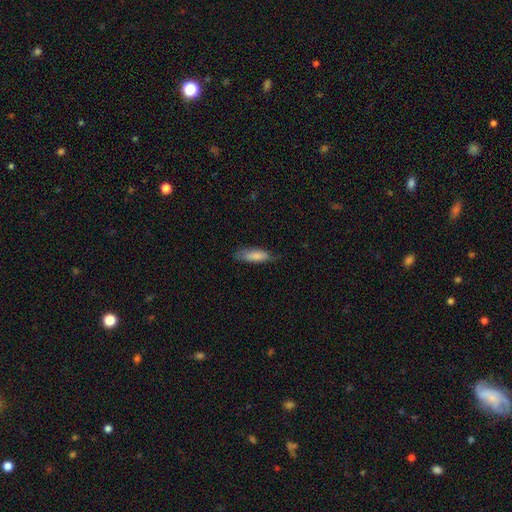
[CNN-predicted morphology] Smooth or featured?
  - smooth: 81% *
  - featured or disk: 13%
  - star or artifact: 6%
How rounded?
  - in between: 52% *
  - cigar-shaped: 46%
  - round: 2%
Merging?
  - none: 63% *
  - minor disturbance: 28%
  - major disturbance: 7%
  - merger: 1%